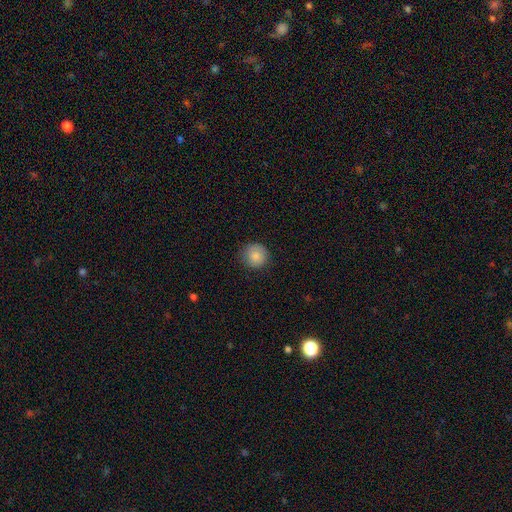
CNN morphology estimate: smooth-or-featured: smooth: 85% | star or artifact: 8% | featured or disk: 7%
  how-rounded: round: 93% | in between: 6% | cigar-shaped: 1%
  merging: none: 85% | minor disturbance: 11% | major disturbance: 3% | merger: 1%